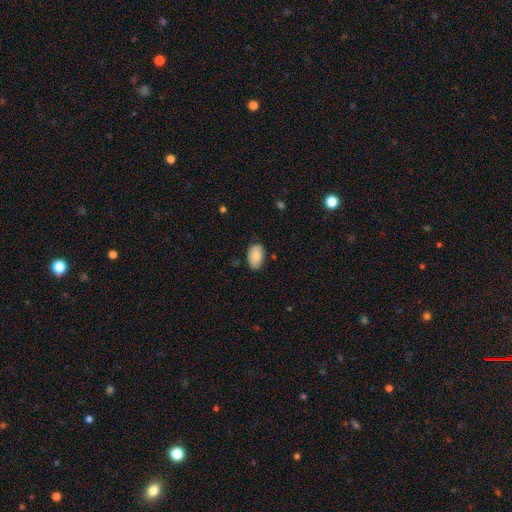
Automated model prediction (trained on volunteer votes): smooth_or_featured: smooth (p=0.84) [alt: featured or disk p=0.10]
how_rounded: in between (p=0.93) [alt: round p=0.06]
merging: none (p=0.78) [alt: minor disturbance p=0.18]